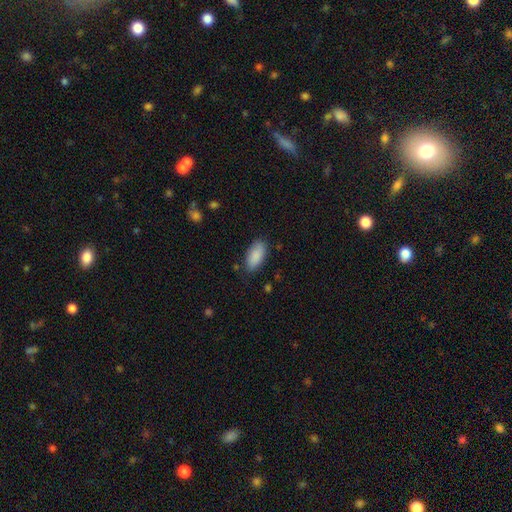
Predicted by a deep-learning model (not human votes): Overall: smooth (89%). How rounded: in between (91%). Merging: none (82%).